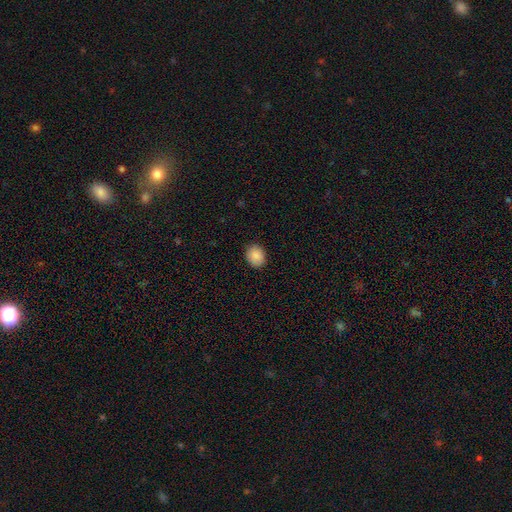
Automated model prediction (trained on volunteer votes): smooth_or_featured: smooth (p=0.89) [alt: star or artifact p=0.08]
how_rounded: round (p=0.55) [alt: in between p=0.44]
merging: none (p=0.89) [alt: minor disturbance p=0.08]